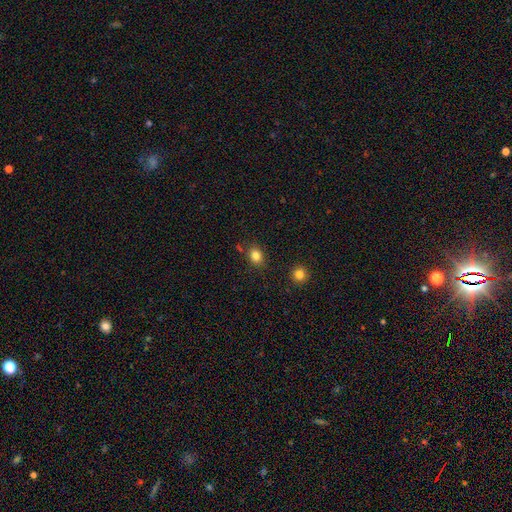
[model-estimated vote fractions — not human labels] Smooth or featured? Predicted: smooth (p=0.83). How rounded? Predicted: in between (p=0.52). Merging? Predicted: none (p=0.81).